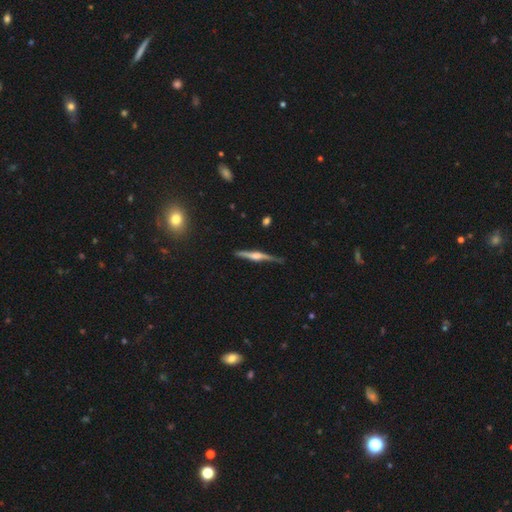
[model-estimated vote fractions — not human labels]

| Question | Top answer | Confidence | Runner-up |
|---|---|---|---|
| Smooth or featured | featured or disk | 79% | smooth (15%) |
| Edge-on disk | yes | 98% | no (2%) |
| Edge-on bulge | rounded | 85% | boxy (10%) |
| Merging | none | 82% | minor disturbance (13%) |